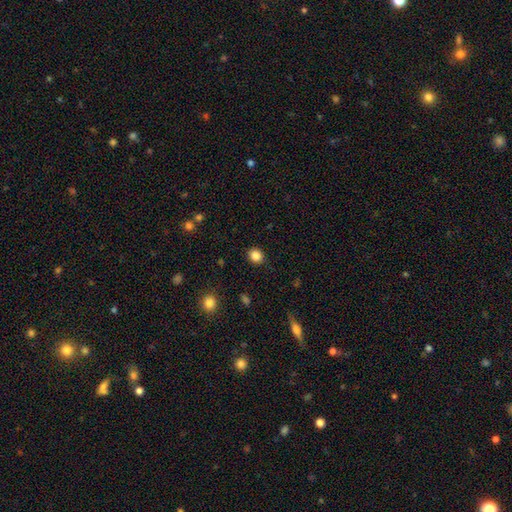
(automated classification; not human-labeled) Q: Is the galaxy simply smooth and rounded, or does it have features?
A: smooth — 85%.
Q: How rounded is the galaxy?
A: round — 74%.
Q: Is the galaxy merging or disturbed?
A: none — 90%.